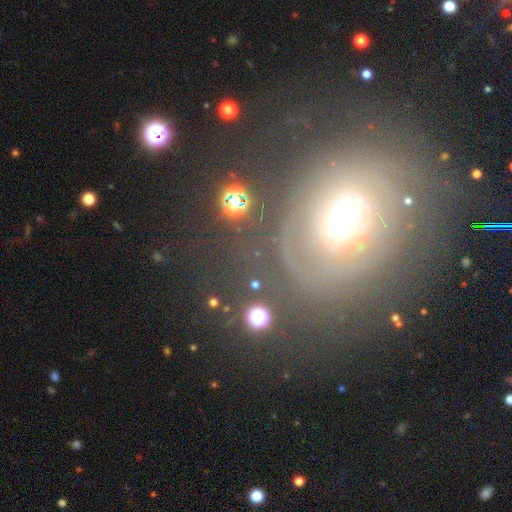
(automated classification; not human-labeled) Morphology: type=featured or disk (51%); edge-on=no (93%); merging=none (69%).